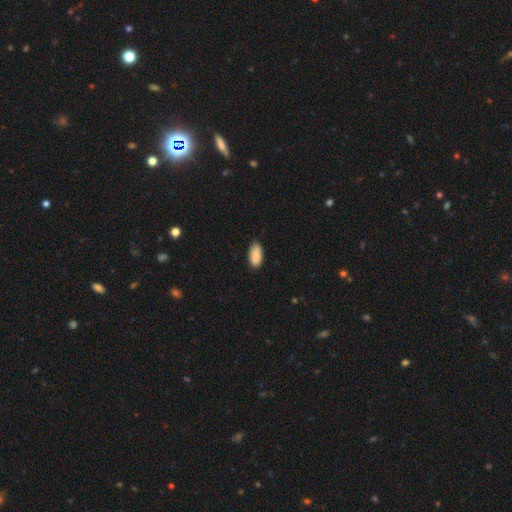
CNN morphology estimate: Smooth or featured? Predicted: smooth (p=0.89). How rounded? Predicted: in between (p=0.91). Merging? Predicted: none (p=0.83).